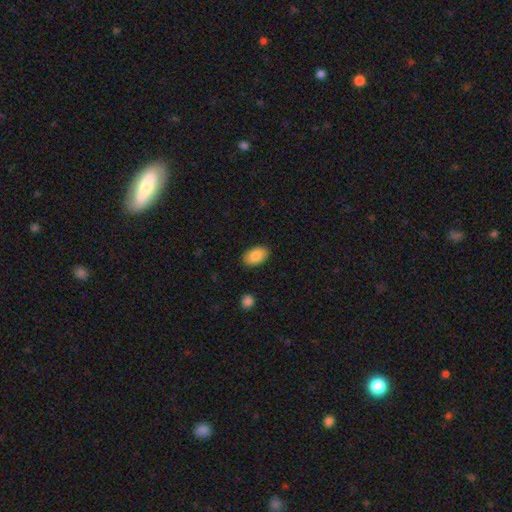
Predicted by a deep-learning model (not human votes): Q: Smooth or featured?
A: smooth (87%); runner-up: star or artifact (7%)
Q: How rounded?
A: in between (93%); runner-up: round (6%)
Q: Merging?
A: none (88%); runner-up: minor disturbance (8%)